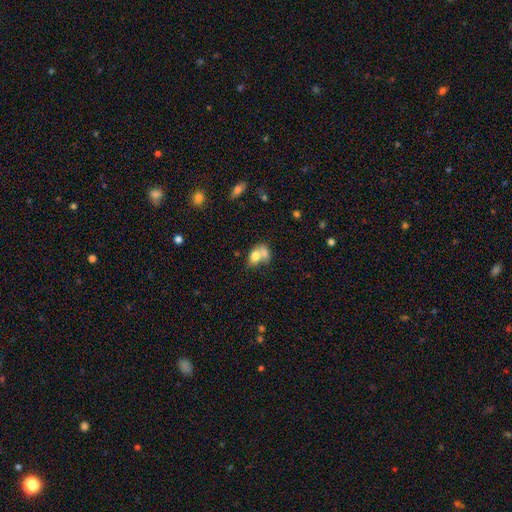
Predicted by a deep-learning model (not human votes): The model was most divided on "how rounded": in between: 70%, round: 29%, cigar-shaped: 2%. More confident: smooth or featured — smooth (73%); merging — merger (64%).